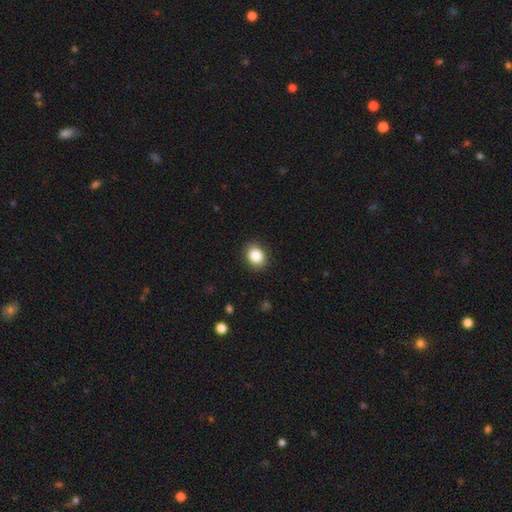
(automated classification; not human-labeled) This is clearly a smooth galaxy (85%). How rounded: possibly in between (52%). Merging: clearly none (88%).